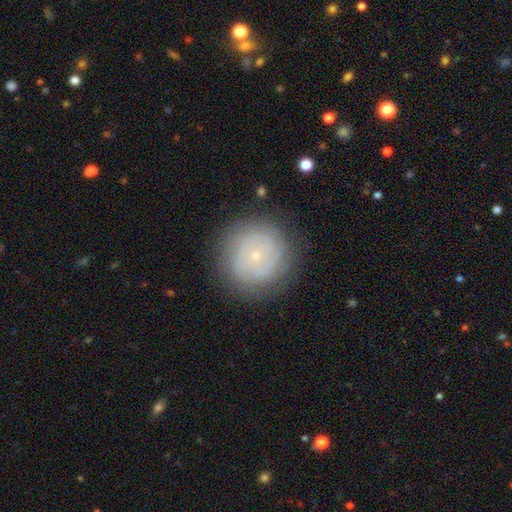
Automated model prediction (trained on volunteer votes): featured or disk 49%, smooth 41%, star or artifact 10%. Down the decision tree: merging — none (84%).